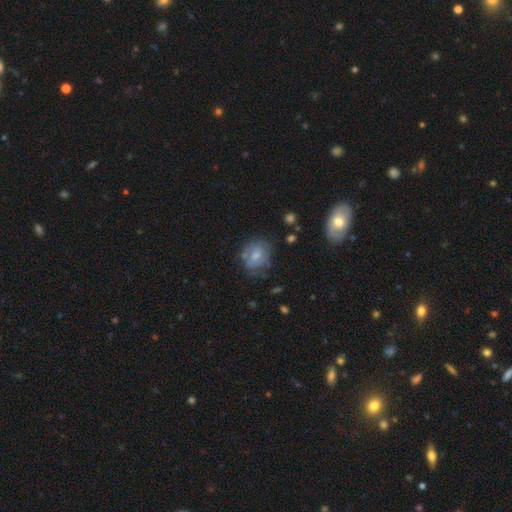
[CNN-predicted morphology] This appears to be a smooth galaxy with no disk features (47%). Merging: none (57%).